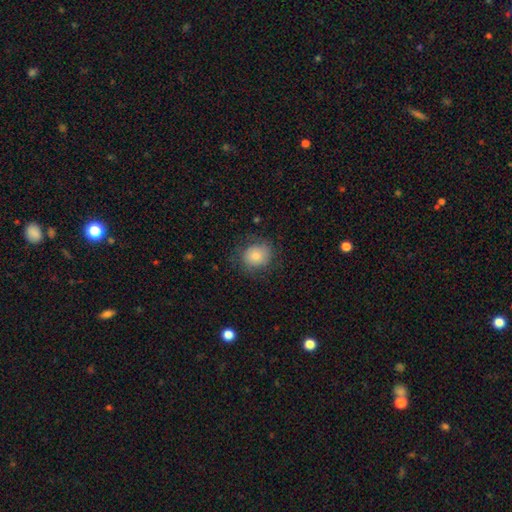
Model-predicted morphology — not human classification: Overall: smooth (77%). How rounded: round (74%). Merging: none (73%).